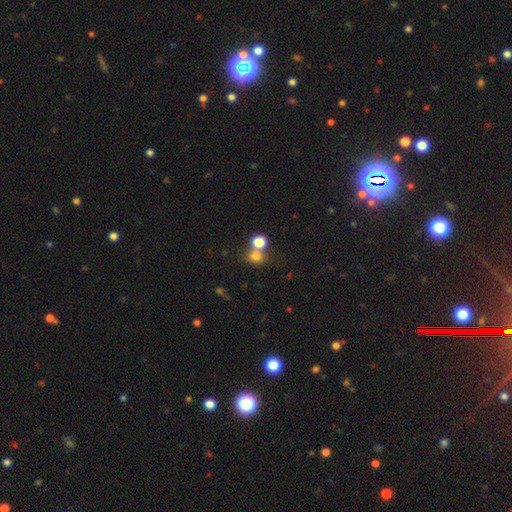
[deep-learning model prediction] This is likely a smooth galaxy (74%). How rounded: likely round (61%). Merging: marginally merger (44%).